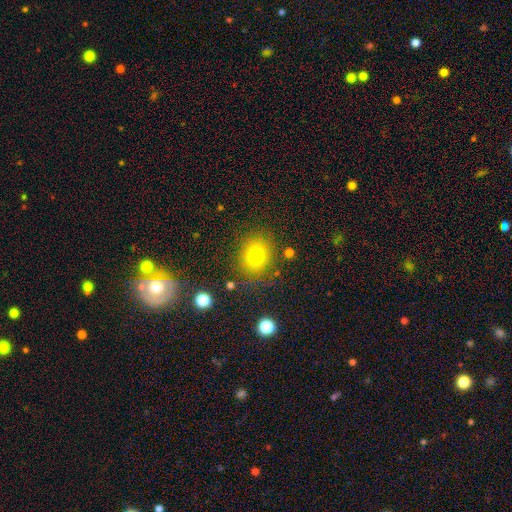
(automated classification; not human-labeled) Smooth or featured? smooth (77%)
How rounded? round (59%)
Merging? none (83%)